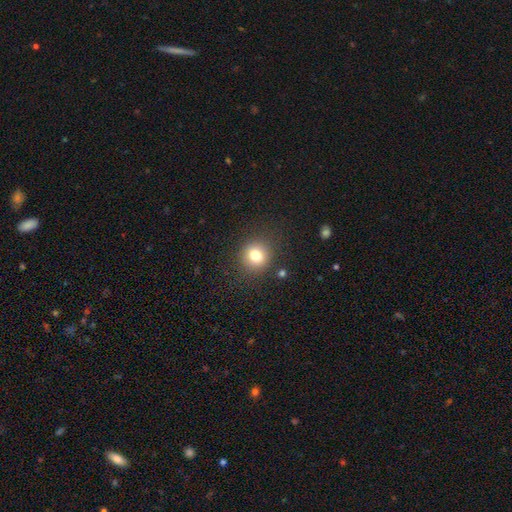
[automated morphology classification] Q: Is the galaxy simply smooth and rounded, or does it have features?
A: smooth — 78%.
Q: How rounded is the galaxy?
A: round — 88%.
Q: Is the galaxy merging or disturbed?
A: none — 87%.